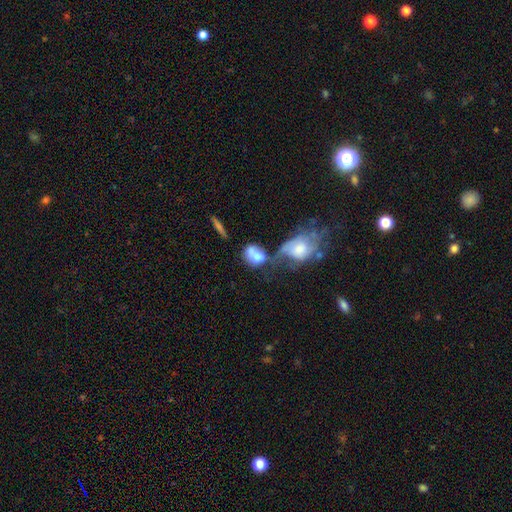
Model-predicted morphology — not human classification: Smooth or featured? smooth (66%)
How rounded? in between (65%)
Merging? merger (57%)